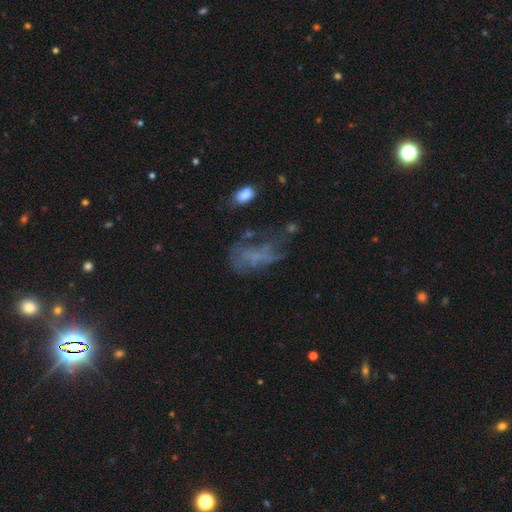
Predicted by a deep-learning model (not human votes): Smooth or featured? featured or disk (45%)
Merging? major disturbance (40%)